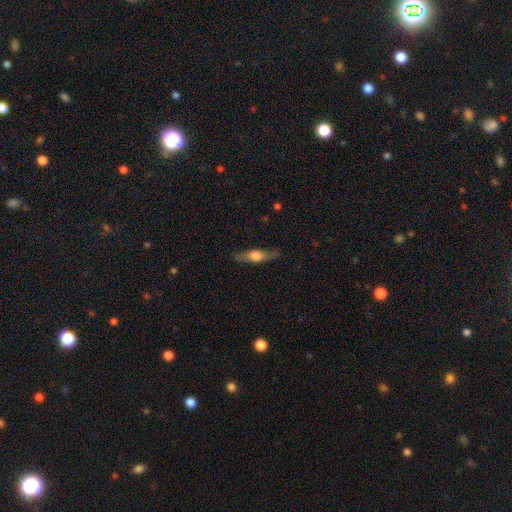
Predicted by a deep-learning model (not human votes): Smooth or featured? Predicted: featured or disk (p=0.59). Edge-on disk? Predicted: yes (p=0.91). Edge-on bulge? Predicted: rounded (p=0.89). Merging? Predicted: none (p=0.84).